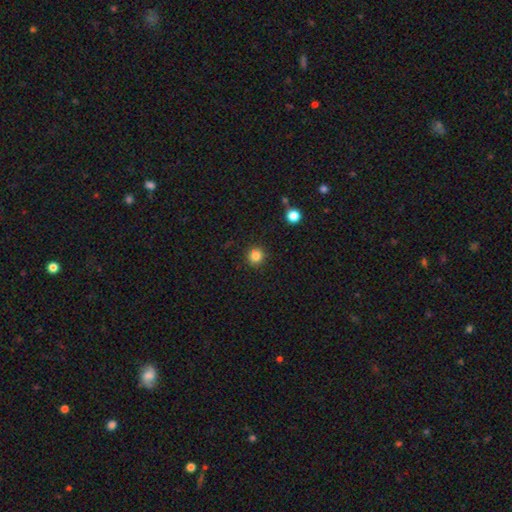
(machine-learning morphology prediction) Smooth or featured?
  - smooth: 83% *
  - star or artifact: 12%
  - featured or disk: 5%
How rounded?
  - round: 93% *
  - in between: 6%
  - cigar-shaped: 1%
Merging?
  - none: 91% *
  - minor disturbance: 6%
  - major disturbance: 2%
  - merger: 1%